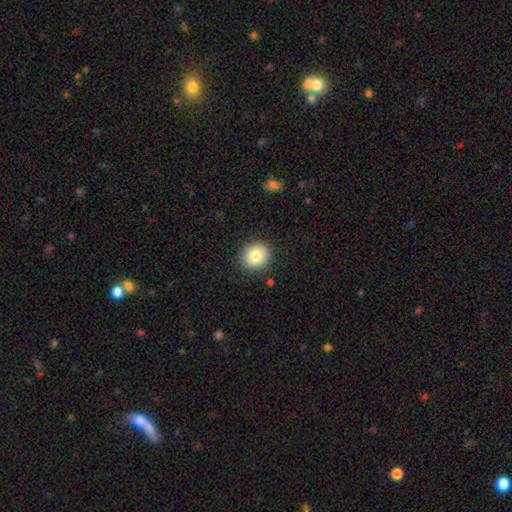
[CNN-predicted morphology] smooth-or-featured: smooth: 81% | featured or disk: 10% | star or artifact: 9%
  how-rounded: round: 88% | in between: 12% | cigar-shaped: 1%
  merging: none: 89% | minor disturbance: 8% | major disturbance: 2% | merger: 1%